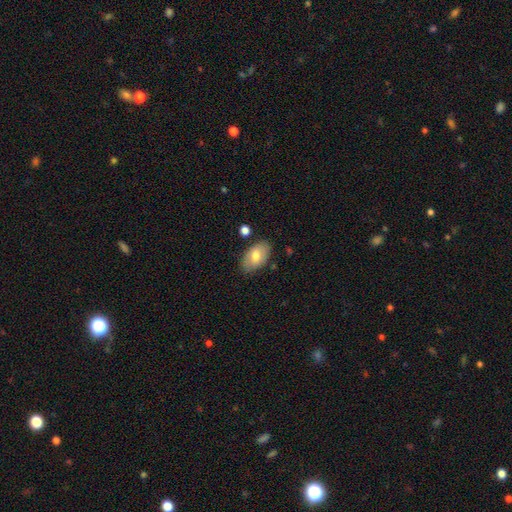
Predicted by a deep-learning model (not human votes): Smooth or featured?
  - smooth: 68% *
  - featured or disk: 25%
  - star or artifact: 7%
How rounded?
  - in between: 92% *
  - round: 6%
  - cigar-shaped: 1%
Merging?
  - none: 80% *
  - minor disturbance: 14%
  - merger: 3%
  - major disturbance: 3%